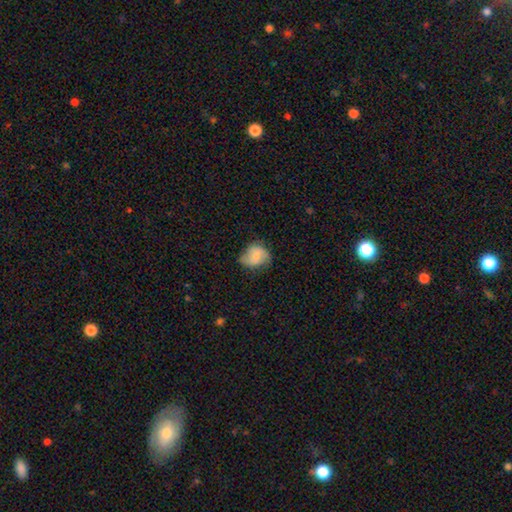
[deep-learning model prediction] Smooth or featured?
  - smooth: 66% *
  - featured or disk: 26%
  - star or artifact: 8%
How rounded?
  - round: 54% *
  - in between: 45%
  - cigar-shaped: 1%
Merging?
  - none: 54% *
  - minor disturbance: 33%
  - major disturbance: 12%
  - merger: 1%